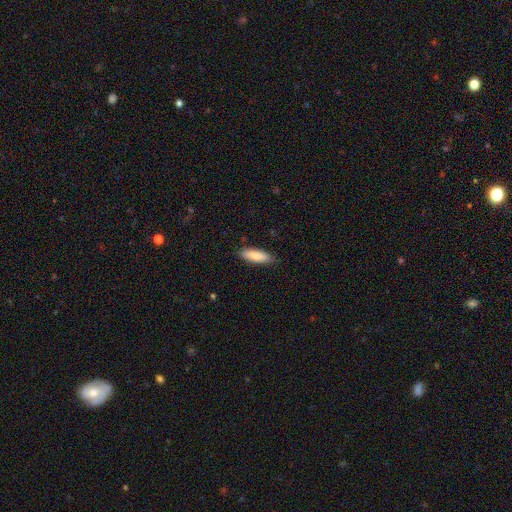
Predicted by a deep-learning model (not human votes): Smooth or featured?
  - smooth: 83% *
  - featured or disk: 12%
  - star or artifact: 6%
How rounded?
  - cigar-shaped: 51% *
  - in between: 47%
  - round: 2%
Merging?
  - none: 86% *
  - minor disturbance: 11%
  - major disturbance: 2%
  - merger: 1%